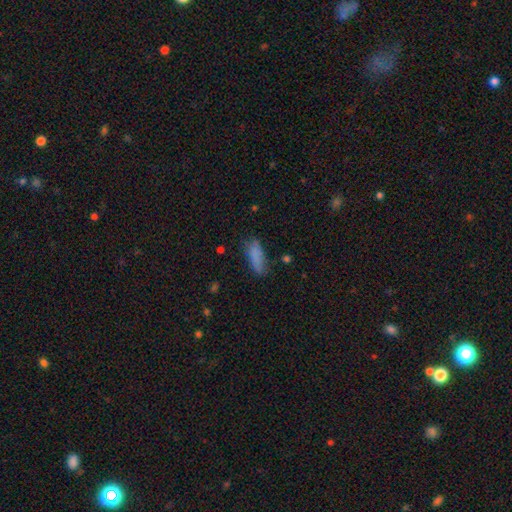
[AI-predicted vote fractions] Smooth or featured? Predicted: smooth (p=0.82). How rounded? Predicted: in between (p=0.55). Merging? Predicted: none (p=0.64).